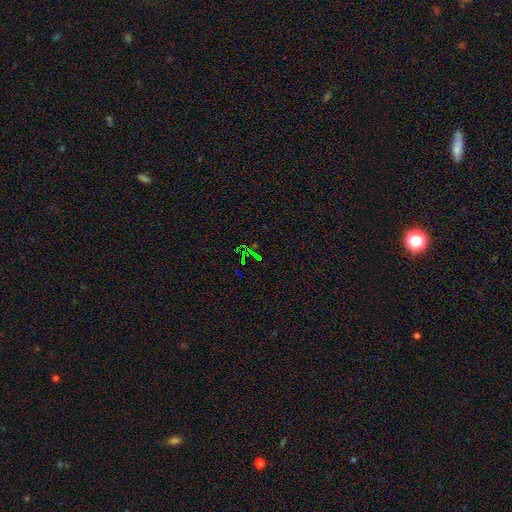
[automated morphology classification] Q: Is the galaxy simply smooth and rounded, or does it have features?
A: star or artifact — 75%.